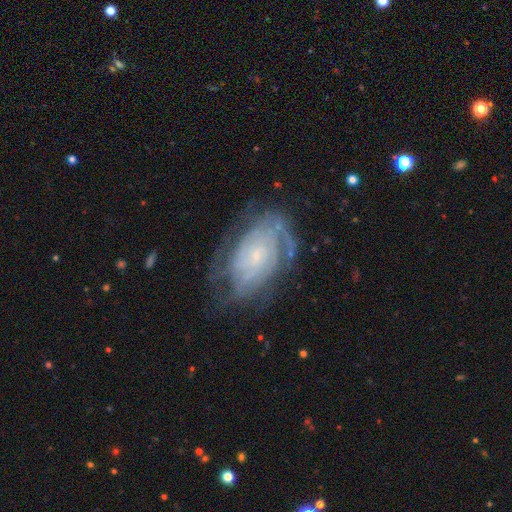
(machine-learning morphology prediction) The model was most divided on "spiral arm count": can't tell: 47%, 2: 21%, 3: 12%, 4: 9%, more than 4: 6%, 1: 5%. More confident: edge-on disk — no (96%); spiral arms — yes (91%); smooth or featured — featured or disk (80%); bulge size — small (78%); bar — no (71%); spiral winding — tight (68%); merging — none (66%).